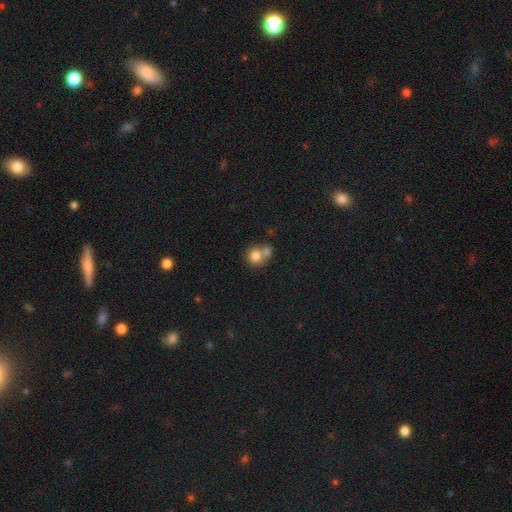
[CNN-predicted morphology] smooth 79%, featured or disk 12%, star or artifact 10%. Down the decision tree: how rounded — round (82%); merging — merger (52%).